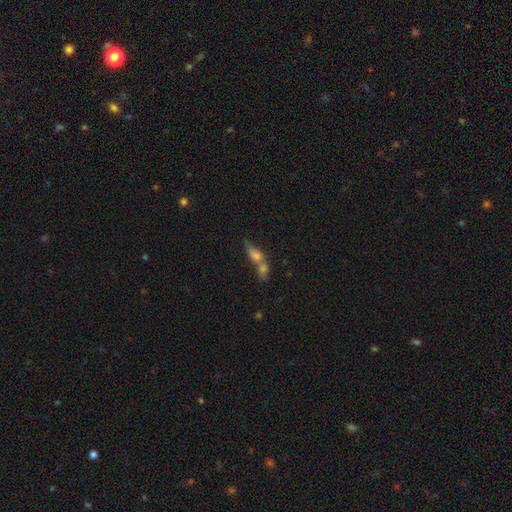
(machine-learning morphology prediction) Smooth or featured: smooth — 61% (featured or disk — 27%)
How rounded: in between — 57% (cigar-shaped — 31%)
Merging: merger — 67% (none — 19%)